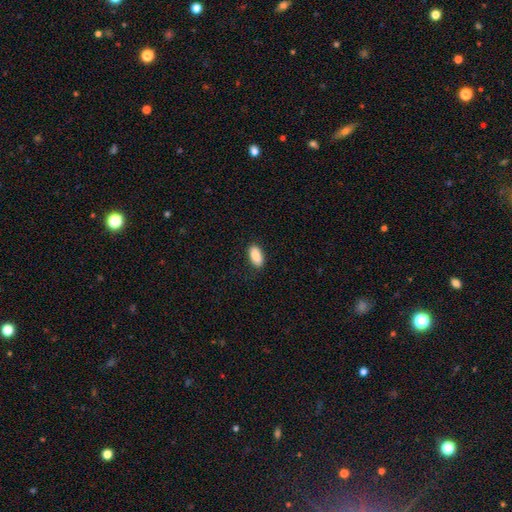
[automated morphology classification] Smooth or featured?
  - smooth: 89% *
  - star or artifact: 7%
  - featured or disk: 5%
How rounded?
  - in between: 91% *
  - cigar-shaped: 6%
  - round: 3%
Merging?
  - none: 85% *
  - minor disturbance: 12%
  - major disturbance: 3%
  - merger: 1%